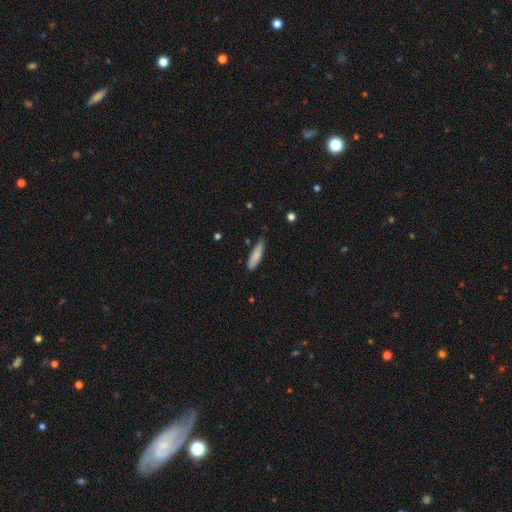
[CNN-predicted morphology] Smooth or featured?
  - smooth: 83% *
  - featured or disk: 11%
  - star or artifact: 6%
How rounded?
  - cigar-shaped: 74% *
  - in between: 24%
  - round: 1%
Merging?
  - none: 71% *
  - minor disturbance: 24%
  - major disturbance: 3%
  - merger: 2%